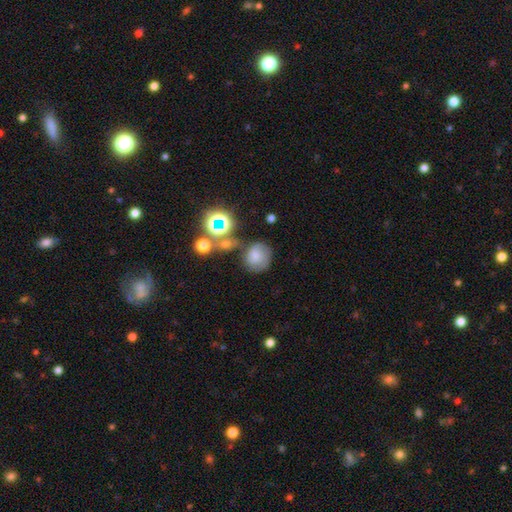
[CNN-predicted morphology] Smooth or featured: smooth — 66% (featured or disk — 18%)
How rounded: round — 77% (in between — 22%)
Merging: none — 57% (minor disturbance — 20%)